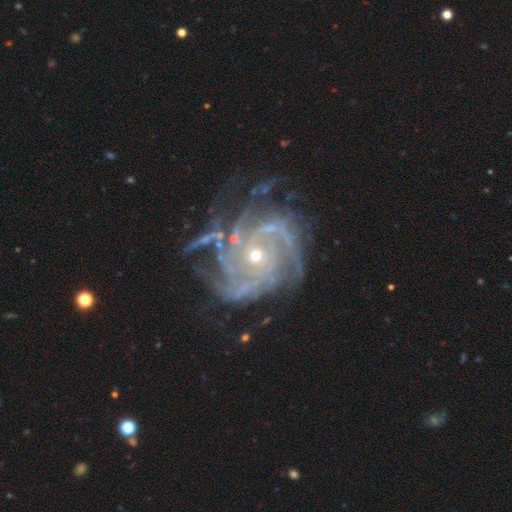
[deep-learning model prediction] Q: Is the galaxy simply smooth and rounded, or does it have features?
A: featured or disk — 91%.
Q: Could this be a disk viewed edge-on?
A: no — 98%.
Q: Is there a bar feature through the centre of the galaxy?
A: no — 78%.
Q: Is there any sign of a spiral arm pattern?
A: yes — 98%.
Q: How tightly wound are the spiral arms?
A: tight — 63%.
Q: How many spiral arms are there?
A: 4 — 22%, tied with 3.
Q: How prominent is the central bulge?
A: small — 67%.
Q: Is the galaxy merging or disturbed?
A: none — 61%.